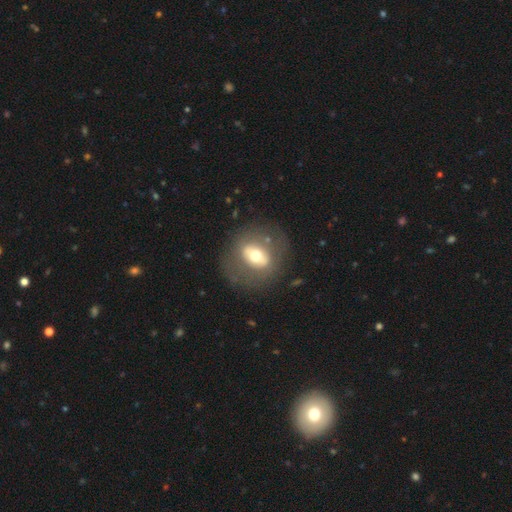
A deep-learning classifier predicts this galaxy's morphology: This is possibly a featured or disk galaxy (49%). Merging: likely none (71%).